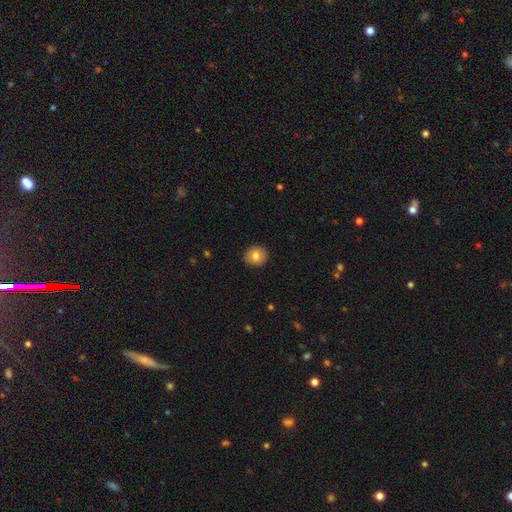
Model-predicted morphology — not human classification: A smooth galaxy with no disk features (82%) that is round (82%).

Vote fractions:
- Smooth or featured? smooth: 82% / featured or disk: 10% / star or artifact: 8%
- How rounded? round: 82% / in between: 17% / cigar-shaped: 1%
- Merging? none: 90% / minor disturbance: 7% / major disturbance: 2% / merger: 1%